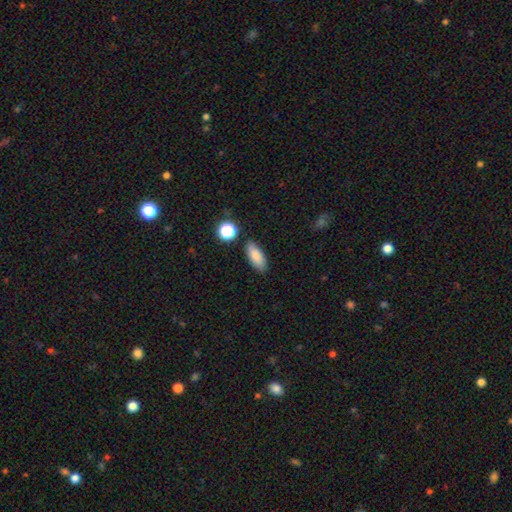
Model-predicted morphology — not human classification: type=smooth (83%); roundness=in between (82%); merging=none (84%).